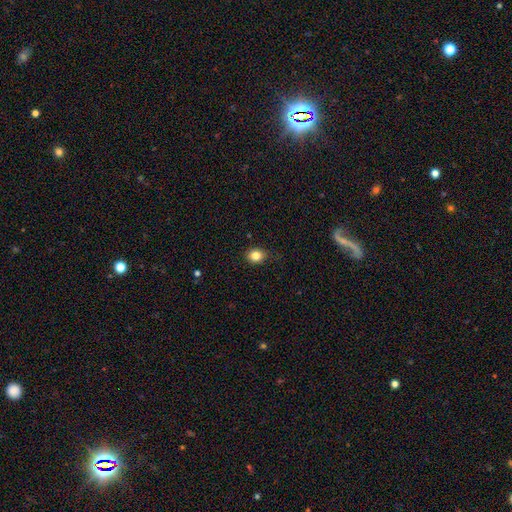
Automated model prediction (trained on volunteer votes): Smooth or featured? Predicted: smooth (p=0.83). How rounded? Predicted: round (p=0.64). Merging? Predicted: none (p=0.81).